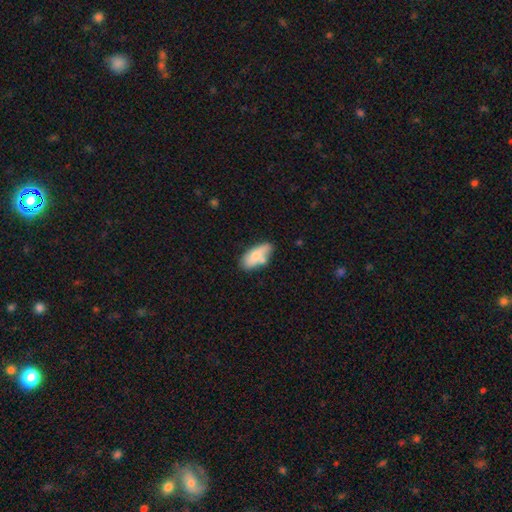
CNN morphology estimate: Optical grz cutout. It shows a smooth galaxy with no disk features (75%) that is in between round and cigar-shaped (83%). Merging: none (56%).